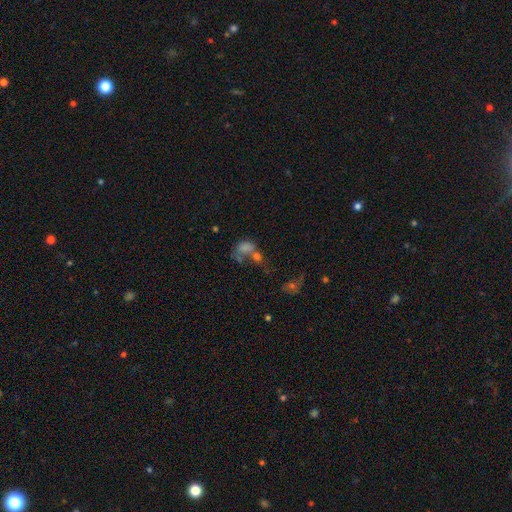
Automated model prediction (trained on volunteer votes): Smooth or featured? smooth (45%)
Merging? merger (48%)